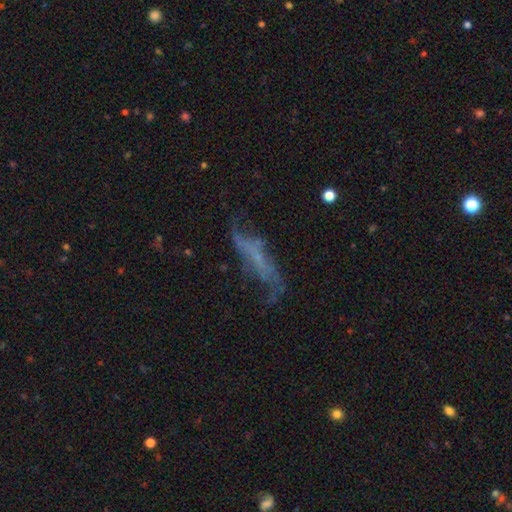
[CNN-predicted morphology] A featured or disk galaxy (56%).

Vote fractions:
- Smooth or featured? featured or disk: 56% / smooth: 29% / star or artifact: 15%
- Edge-on disk? no: 64% / yes: 36%
- Merging? none: 46% / major disturbance: 25% / minor disturbance: 25% / merger: 4%